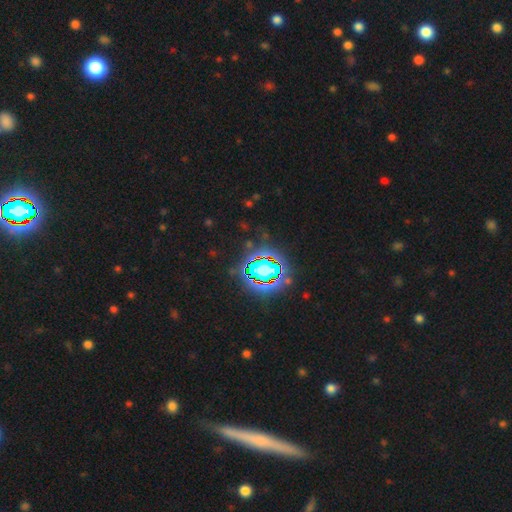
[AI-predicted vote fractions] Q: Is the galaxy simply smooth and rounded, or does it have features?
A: star or artifact — 79%.